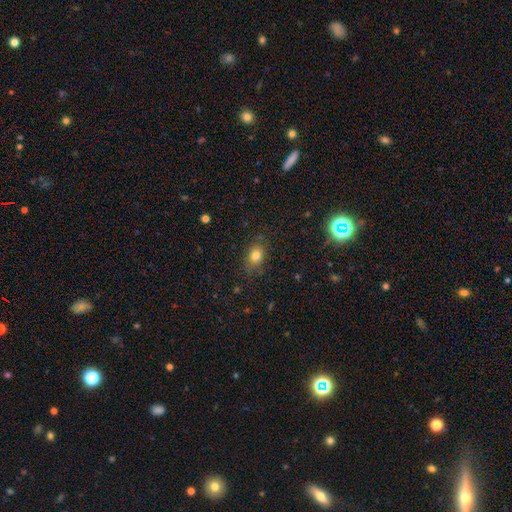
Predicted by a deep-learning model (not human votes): A smooth galaxy with no disk features (80%) that is in between round and cigar-shaped (66%). Merging: none (78%).